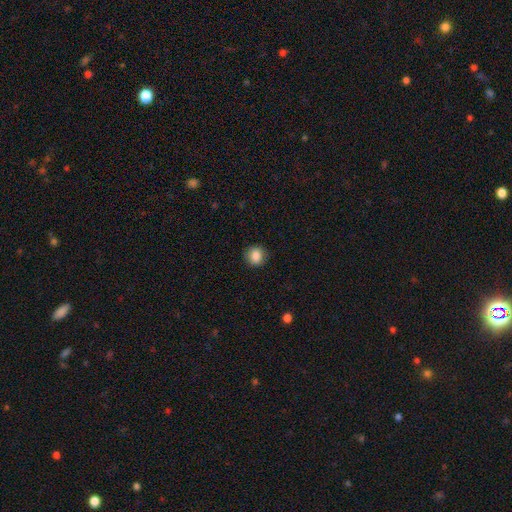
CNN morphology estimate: Q: Smooth or featured?
A: smooth (87%); runner-up: star or artifact (9%)
Q: How rounded?
A: round (80%); runner-up: in between (19%)
Q: Merging?
A: none (88%); runner-up: minor disturbance (9%)